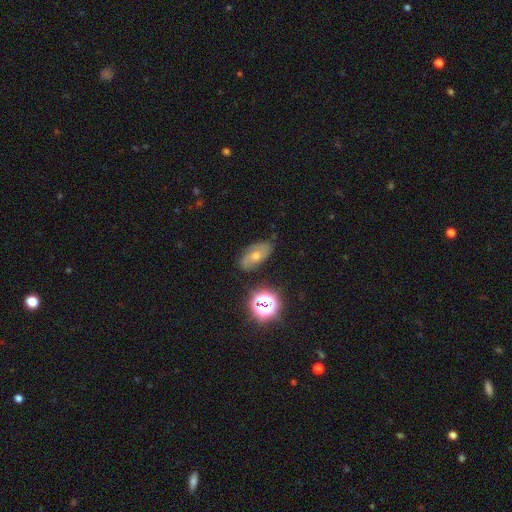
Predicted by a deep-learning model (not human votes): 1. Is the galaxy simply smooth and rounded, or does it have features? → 43% featured or disk, 32% smooth, 25% star or artifact.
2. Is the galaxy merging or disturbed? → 80% none, 14% minor disturbance, 4% major disturbance, 2% merger.